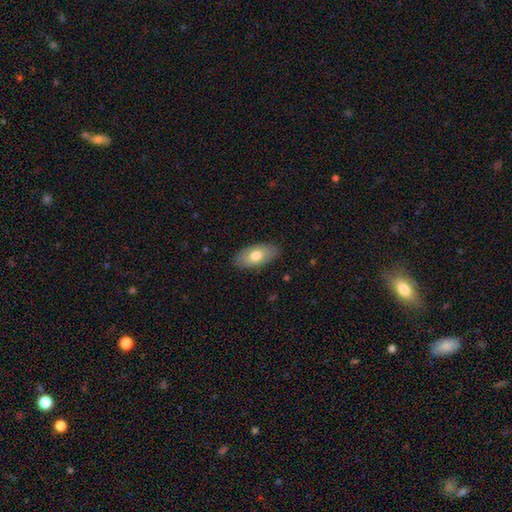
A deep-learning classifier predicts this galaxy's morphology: Smooth or featured: smooth — 71% (featured or disk — 23%)
How rounded: in between — 93% (cigar-shaped — 4%)
Merging: none — 85% (minor disturbance — 12%)